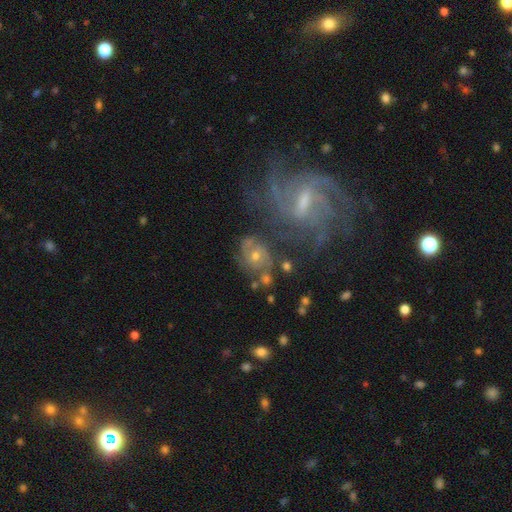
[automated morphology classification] smooth-or-featured: featured or disk: 73% | smooth: 15% | star or artifact: 12%
  disk-edge-on: no: 96% | yes: 4%
    bar: no: 48% | weak: 38% | strong: 15%
    has-spiral-arms: yes: 87% | no: 13%
      spiral-winding: tight: 47% | medium: 40% | loose: 13%
      spiral-arm-count: can't tell: 33% | 2: 29% | 3: 19% | 4: 7% | 1: 6% | more than 4: 6%
    bulge-size: moderate: 53% | small: 38% | large: 4% | none: 4% | dominant: 1%
  merging: none: 58% | merger: 16% | minor disturbance: 16% | major disturbance: 11%